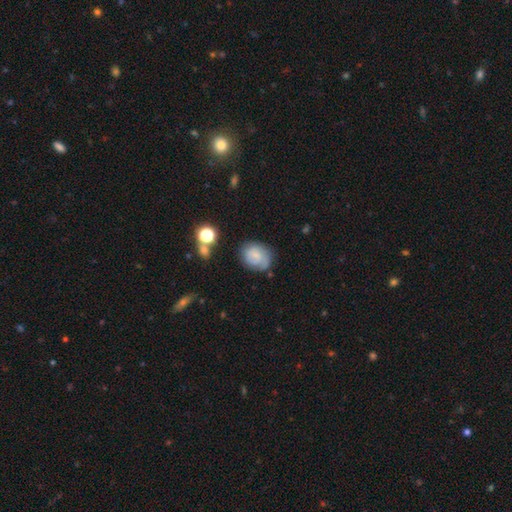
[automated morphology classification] Smooth or featured: smooth — 52% (featured or disk — 38%)
How rounded: in between — 50% (round — 49%)
Merging: none — 61% (minor disturbance — 25%)